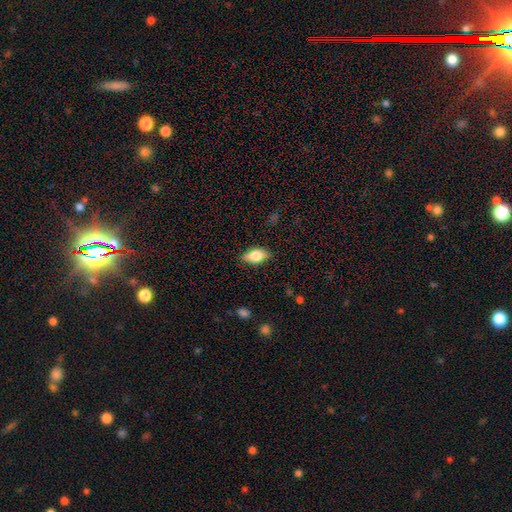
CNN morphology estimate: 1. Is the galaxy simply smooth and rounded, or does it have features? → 75% smooth, 18% featured or disk, 8% star or artifact.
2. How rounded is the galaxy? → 88% in between, 7% cigar-shaped, 6% round.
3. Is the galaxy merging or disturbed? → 83% none, 13% minor disturbance, 3% major disturbance, 1% merger.